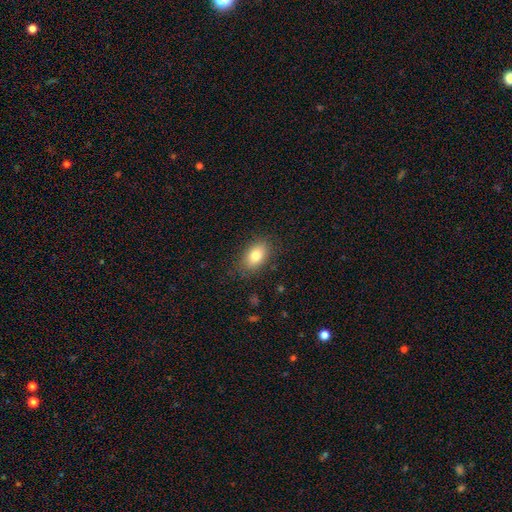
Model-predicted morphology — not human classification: Smooth or featured? smooth (81%)
How rounded? in between (87%)
Merging? none (85%)